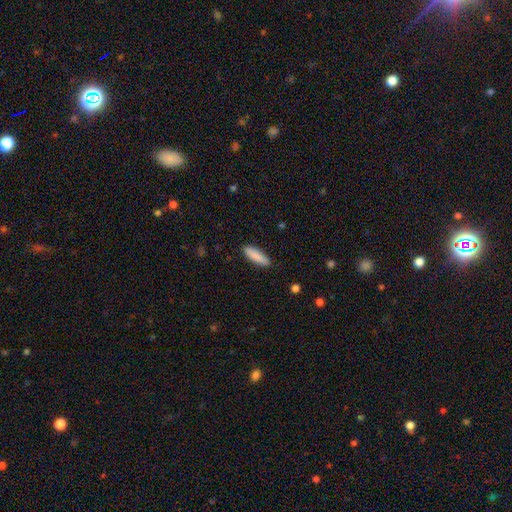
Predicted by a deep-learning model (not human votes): A smooth galaxy with no disk features (88%) that is cigar-shaped (61%). Merging: none (88%).